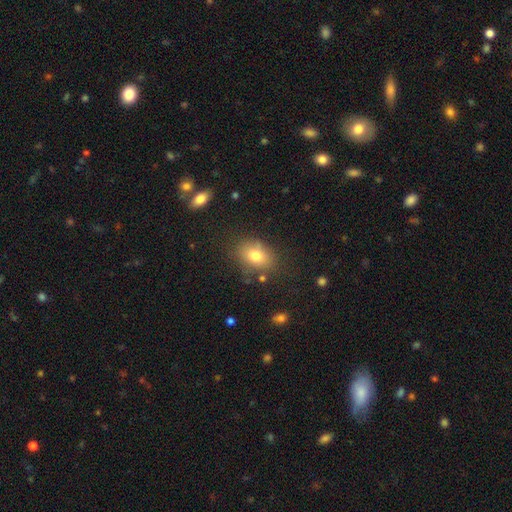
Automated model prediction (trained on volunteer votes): Smooth or featured?
  - smooth: 77% *
  - featured or disk: 12%
  - star or artifact: 11%
How rounded?
  - in between: 72% *
  - round: 27%
  - cigar-shaped: 1%
Merging?
  - none: 75% *
  - minor disturbance: 16%
  - major disturbance: 5%
  - merger: 4%